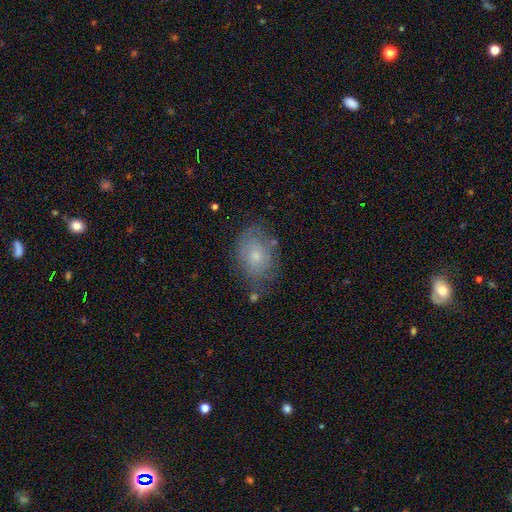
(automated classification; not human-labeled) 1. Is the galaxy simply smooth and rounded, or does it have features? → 53% smooth, 38% featured or disk, 9% star or artifact.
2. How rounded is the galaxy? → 74% in between, 25% round, 1% cigar-shaped.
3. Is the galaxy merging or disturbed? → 67% none, 23% minor disturbance, 8% major disturbance, 3% merger.